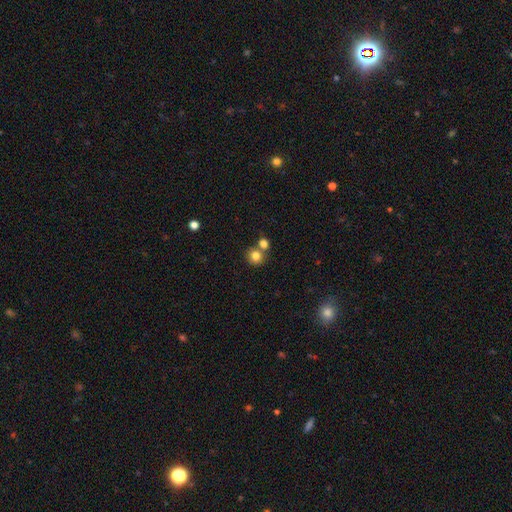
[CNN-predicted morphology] Smooth or featured? Predicted: smooth (p=0.81). How rounded? Predicted: round (p=0.86). Merging? Predicted: none (p=0.57).